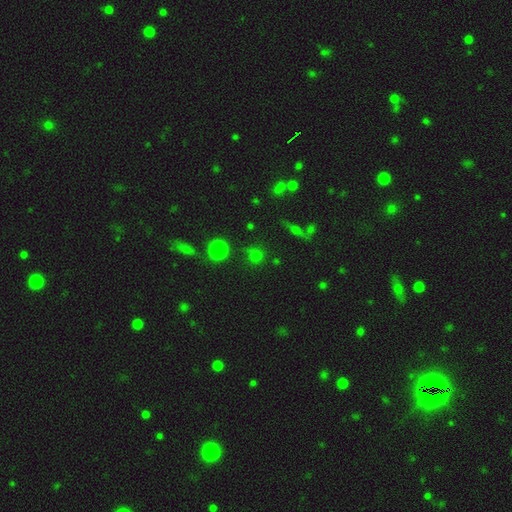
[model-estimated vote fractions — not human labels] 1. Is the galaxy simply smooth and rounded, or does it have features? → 71% smooth, 22% star or artifact, 7% featured or disk.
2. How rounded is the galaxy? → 91% round, 8% in between, 1% cigar-shaped.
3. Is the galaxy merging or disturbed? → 78% none, 11% minor disturbance, 6% merger, 5% major disturbance.